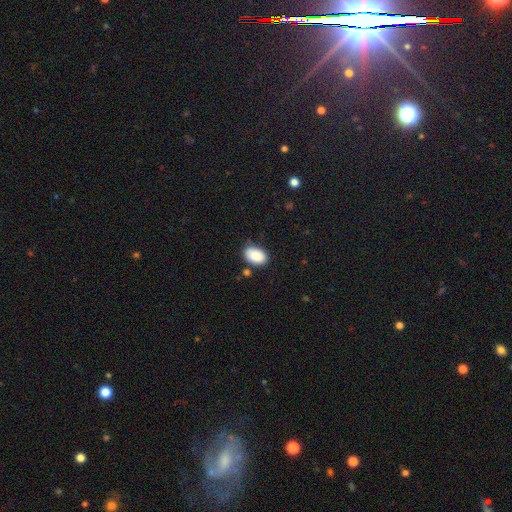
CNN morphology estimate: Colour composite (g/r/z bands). It shows a smooth galaxy with no disk features (89%) that is in between round and cigar-shaped (89%). Merging: none (76%).